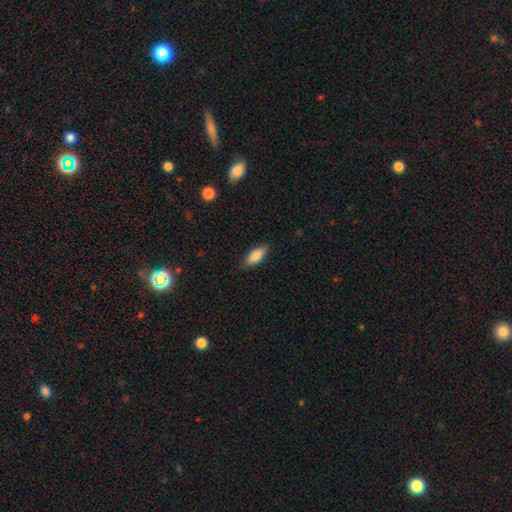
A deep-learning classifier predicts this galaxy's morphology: Smooth or featured?
  - smooth: 86% *
  - featured or disk: 7%
  - star or artifact: 6%
How rounded?
  - in between: 81% *
  - cigar-shaped: 17%
  - round: 2%
Merging?
  - none: 82% *
  - minor disturbance: 14%
  - major disturbance: 3%
  - merger: 1%